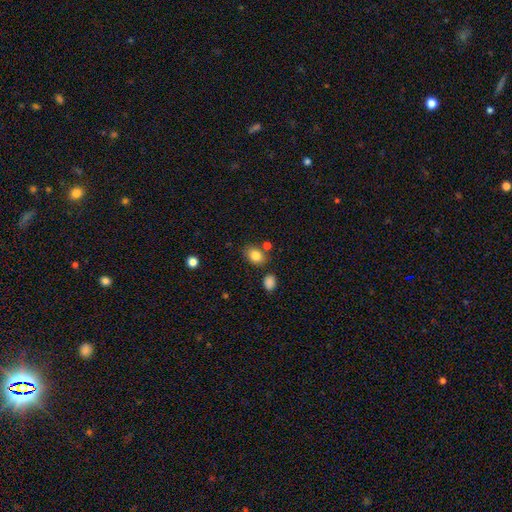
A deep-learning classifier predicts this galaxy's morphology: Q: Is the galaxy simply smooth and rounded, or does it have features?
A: smooth — 83%.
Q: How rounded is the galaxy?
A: in between — 67%.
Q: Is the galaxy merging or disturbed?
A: none — 75%.